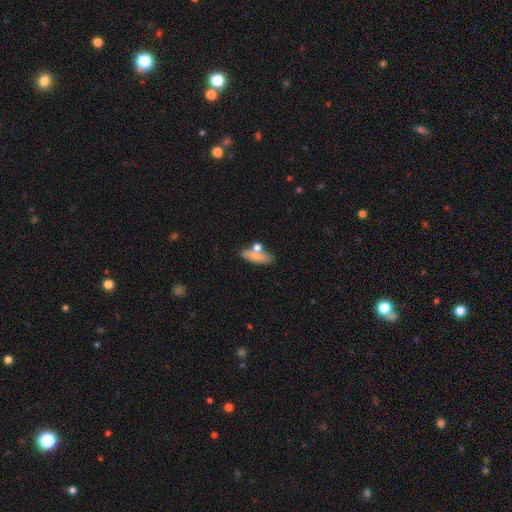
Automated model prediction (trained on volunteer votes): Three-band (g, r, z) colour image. It shows a smooth galaxy with no disk features (71%) that is in between round and cigar-shaped (62%). Merging: none (56%).